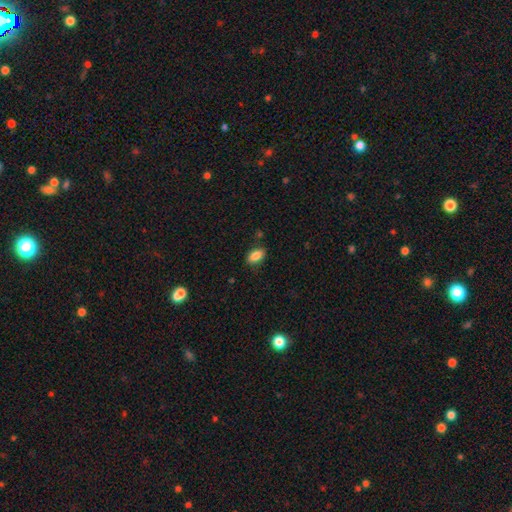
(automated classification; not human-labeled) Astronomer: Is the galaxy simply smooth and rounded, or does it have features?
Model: smooth — 87%.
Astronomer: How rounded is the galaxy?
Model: in between — 91%.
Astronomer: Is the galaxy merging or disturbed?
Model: none — 84%.